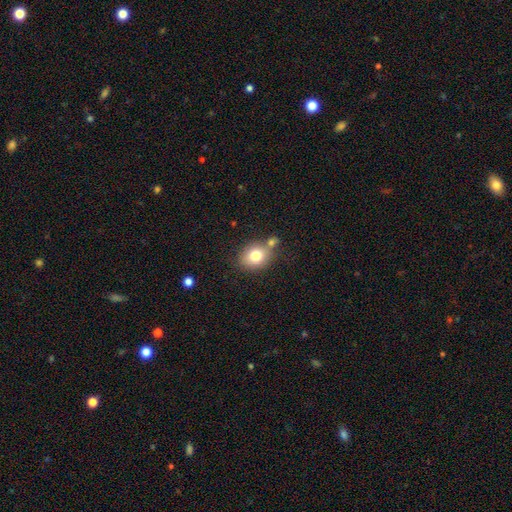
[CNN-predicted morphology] Q: Smooth or featured?
A: smooth (78%); runner-up: featured or disk (12%)
Q: How rounded?
A: round (59%); runner-up: in between (40%)
Q: Merging?
A: none (60%); runner-up: merger (20%)